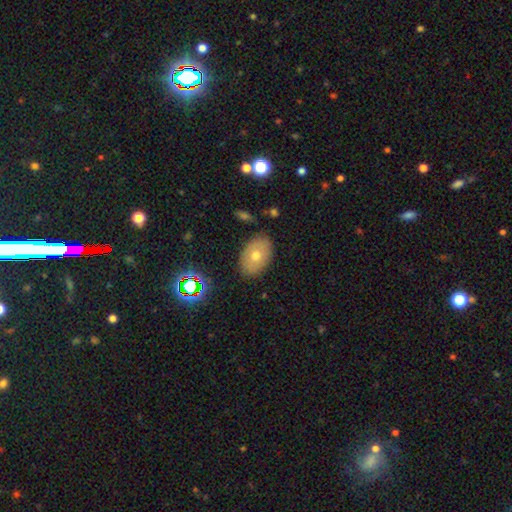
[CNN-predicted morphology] Smooth or featured?
  - smooth: 62% *
  - featured or disk: 26%
  - star or artifact: 12%
How rounded?
  - in between: 85% *
  - round: 14%
  - cigar-shaped: 1%
Merging?
  - none: 84% *
  - minor disturbance: 11%
  - major disturbance: 3%
  - merger: 2%